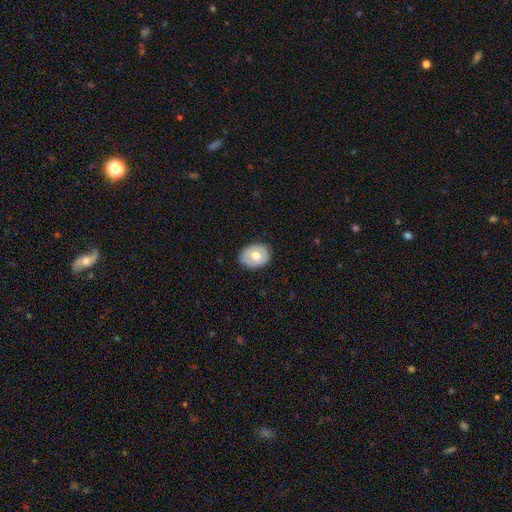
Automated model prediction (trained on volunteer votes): The model was most divided on "how rounded": in between: 60%, round: 40%, cigar-shaped: 1%. More confident: merging — none (83%); smooth or featured — smooth (63%).